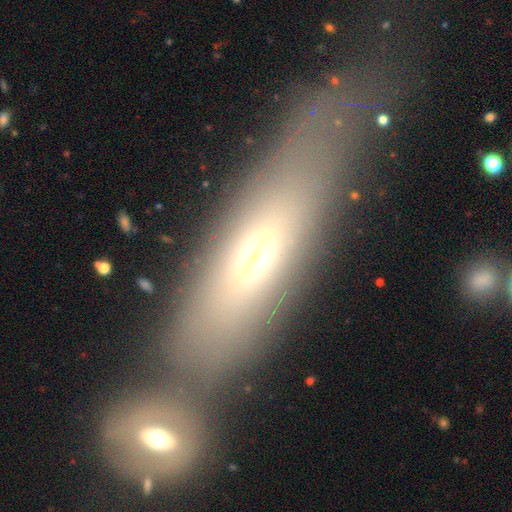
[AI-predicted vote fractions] Smooth or featured?
  - smooth: 53% *
  - featured or disk: 35%
  - star or artifact: 12%
How rounded?
  - in between: 49% *
  - cigar-shaped: 46%
  - round: 4%
Merging?
  - none: 78% *
  - minor disturbance: 12%
  - major disturbance: 7%
  - merger: 3%